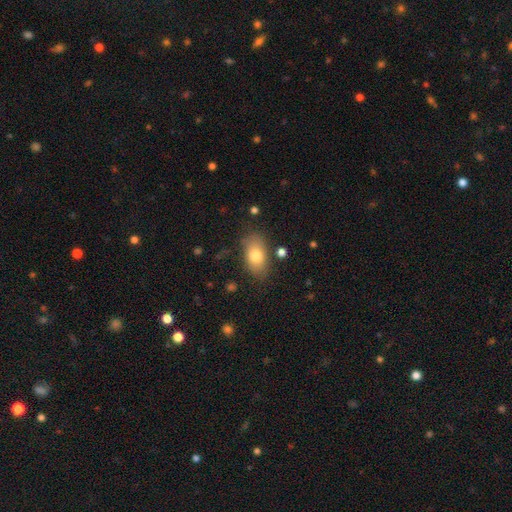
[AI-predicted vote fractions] A smooth galaxy with no disk features (77%) that is in between round and cigar-shaped (90%). Merging: none (78%).